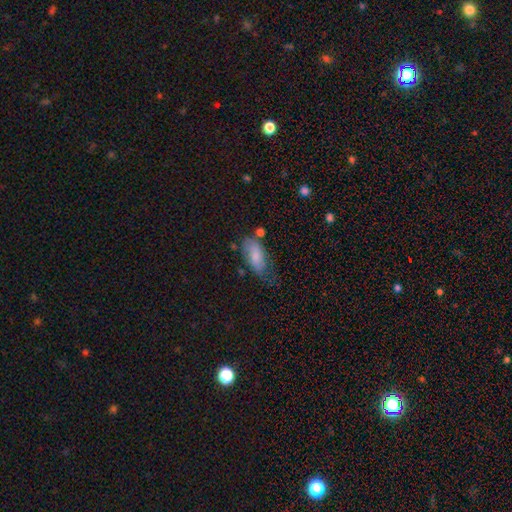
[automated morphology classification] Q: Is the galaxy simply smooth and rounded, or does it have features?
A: smooth — 79%.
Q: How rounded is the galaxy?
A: in between — 87%.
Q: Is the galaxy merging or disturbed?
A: none — 48%.